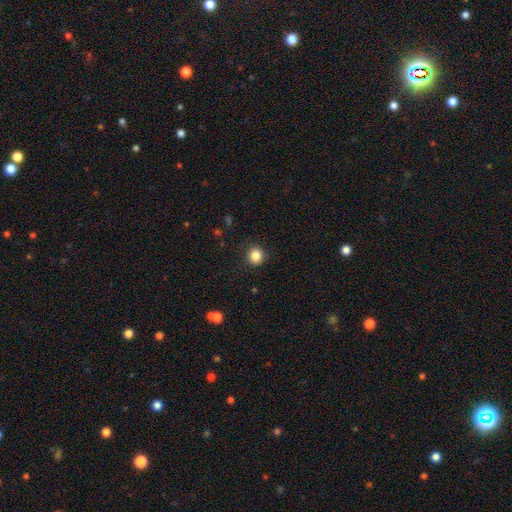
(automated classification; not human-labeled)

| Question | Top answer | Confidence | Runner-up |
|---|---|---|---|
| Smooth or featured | smooth | 84% | star or artifact (11%) |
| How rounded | round | 91% | in between (8%) |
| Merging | none | 89% | minor disturbance (8%) |